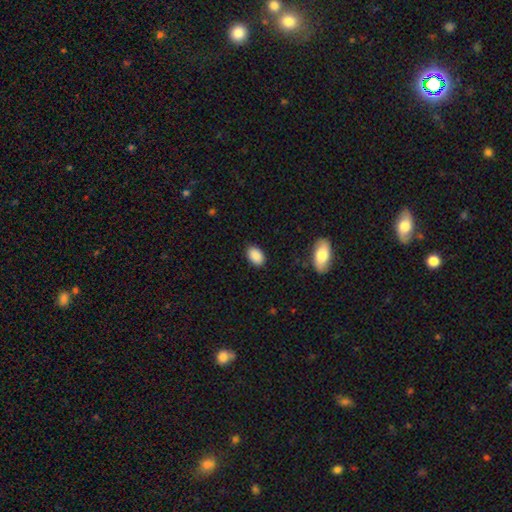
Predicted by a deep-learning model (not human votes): Smooth or featured? Predicted: smooth (p=0.89). How rounded? Predicted: in between (p=0.88). Merging? Predicted: none (p=0.87).